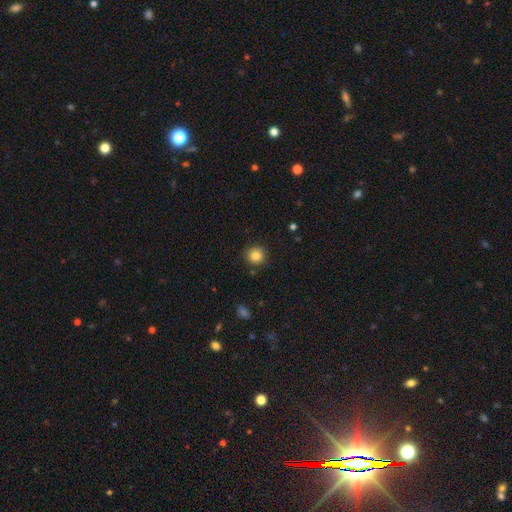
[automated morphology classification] This appears to be a smooth galaxy with no disk features (84%) that is round (91%). Merging: none (88%).